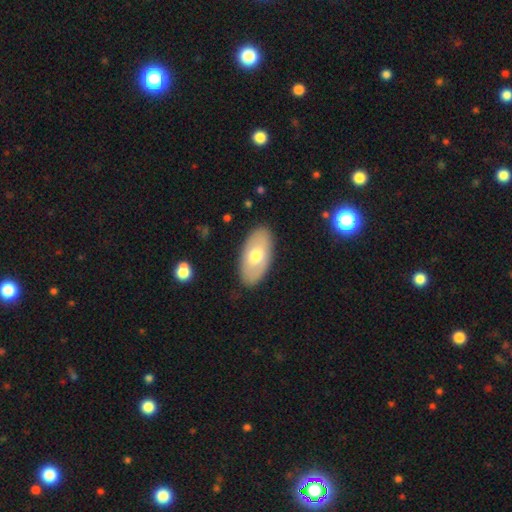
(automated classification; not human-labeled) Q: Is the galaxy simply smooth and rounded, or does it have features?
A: smooth — 55%.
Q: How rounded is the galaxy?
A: in between — 94%.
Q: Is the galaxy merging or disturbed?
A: none — 86%.